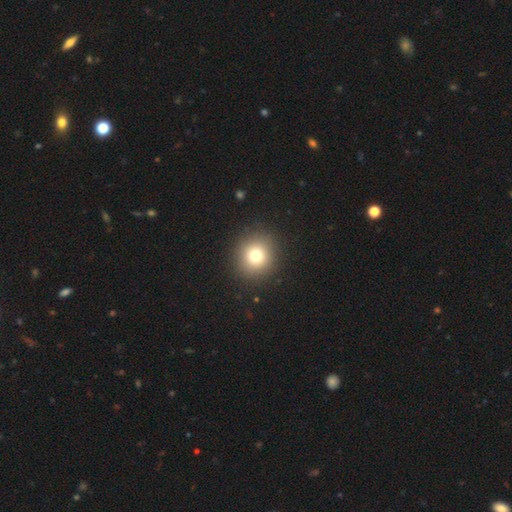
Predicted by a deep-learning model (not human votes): Q: Smooth or featured?
A: smooth (77%); runner-up: star or artifact (13%)
Q: How rounded?
A: round (90%); runner-up: in between (9%)
Q: Merging?
A: none (91%); runner-up: minor disturbance (6%)